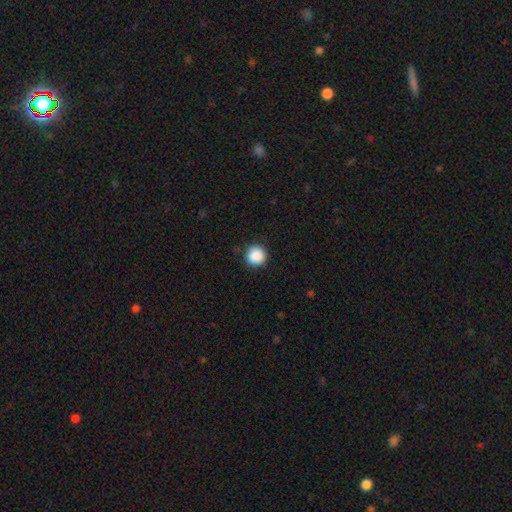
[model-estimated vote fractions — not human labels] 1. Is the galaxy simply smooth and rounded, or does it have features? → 89% smooth, 9% star or artifact, 2% featured or disk.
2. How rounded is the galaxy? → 95% round, 4% in between, 1% cigar-shaped.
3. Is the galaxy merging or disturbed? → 90% none, 7% minor disturbance, 2% major disturbance, 1% merger.